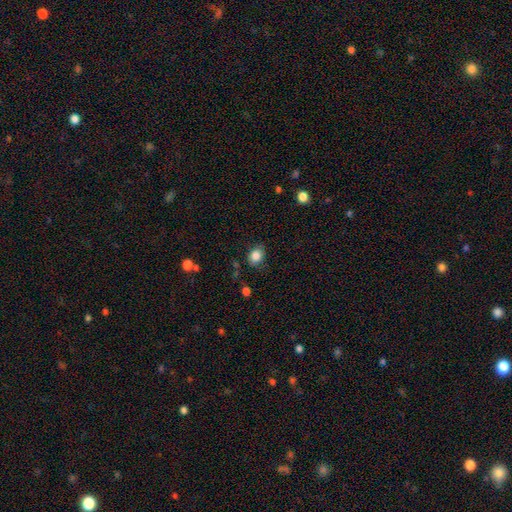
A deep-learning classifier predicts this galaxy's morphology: Smooth or featured: smooth — 85% (star or artifact — 9%)
How rounded: in between — 56% (round — 43%)
Merging: none — 75% (minor disturbance — 19%)